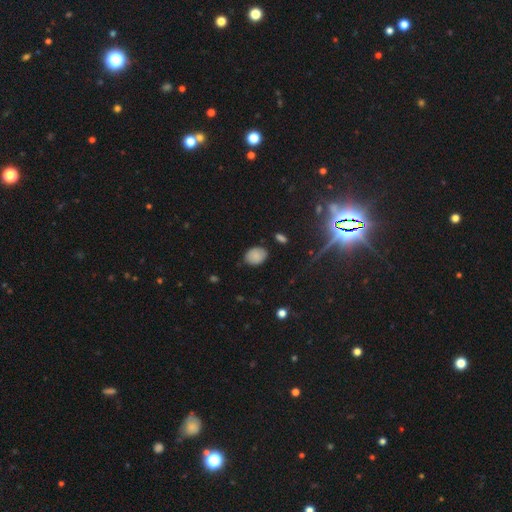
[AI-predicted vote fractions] smooth 85%, star or artifact 10%, featured or disk 5%. Down the decision tree: how rounded — in between (70%); merging — none (81%).